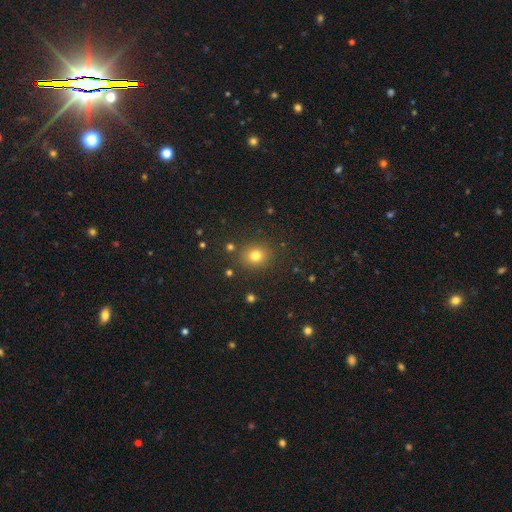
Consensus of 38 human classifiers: Volunteers were most divided on "how rounded": round: 89%, in between: 11%, cigar-shaped: 0%. More confident: smooth or featured — smooth (95%); merging — none (95%).